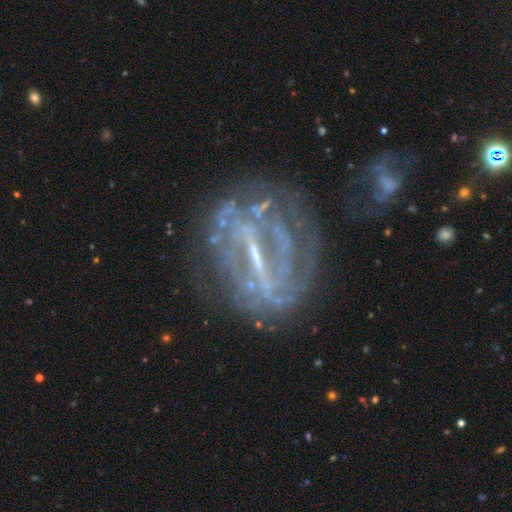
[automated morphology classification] This appears to be a featured or disk galaxy (81%) with a strong bar (66%), tight (54%) spiral arms (71%) and a small central bulge (46%). Merging: none (63%).